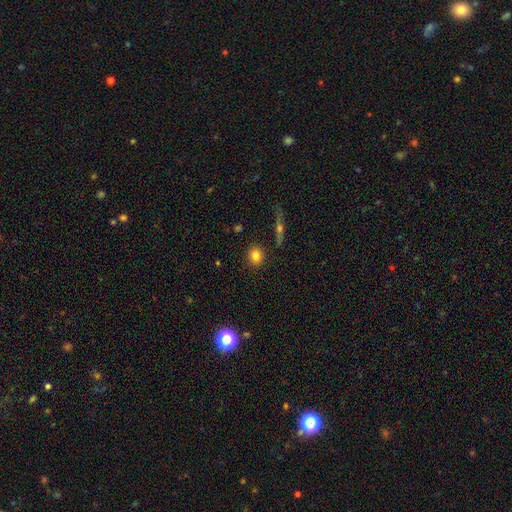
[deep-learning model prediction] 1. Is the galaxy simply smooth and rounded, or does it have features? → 81% smooth, 10% star or artifact, 9% featured or disk.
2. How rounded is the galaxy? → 73% round, 25% in between, 2% cigar-shaped.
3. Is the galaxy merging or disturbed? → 88% none, 8% minor disturbance, 2% major disturbance, 2% merger.